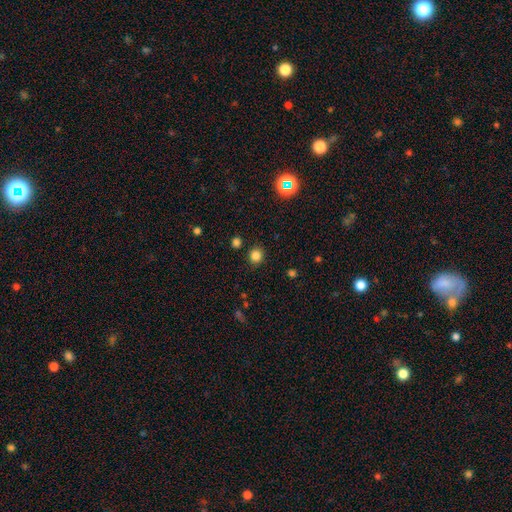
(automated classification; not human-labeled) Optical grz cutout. It shows a smooth galaxy with no disk features (82%) that is round (89%). Merging: none (88%).